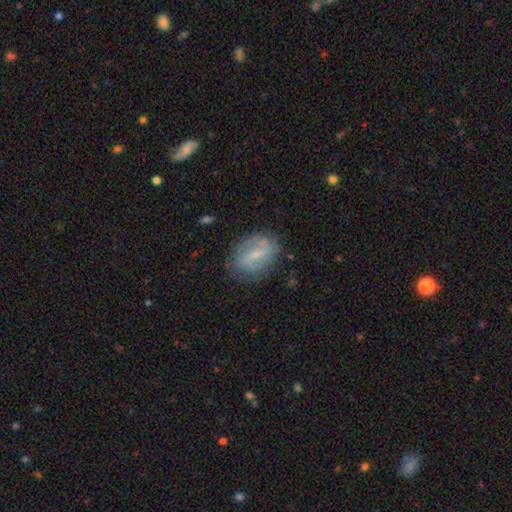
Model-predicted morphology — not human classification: Q: Smooth or featured?
A: featured or disk (57%); runner-up: smooth (35%)
Q: Edge-on disk?
A: no (95%); runner-up: yes (5%)
Q: Bar?
A: weak (49%); runner-up: strong (34%)
Q: Spiral arms?
A: yes (66%); runner-up: no (34%)
Q: Bulge size?
A: small (53%); runner-up: moderate (25%)
Q: Merging?
A: none (73%); runner-up: minor disturbance (19%)